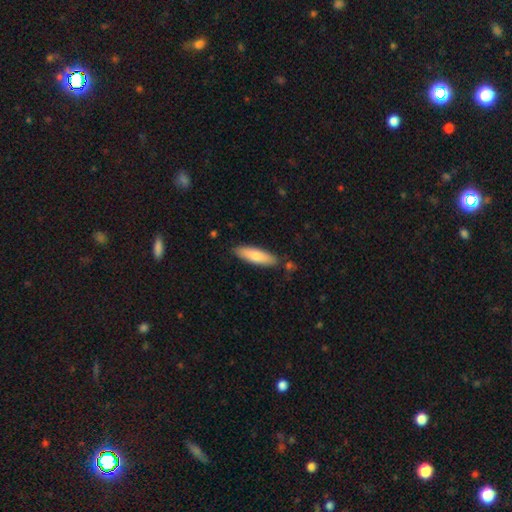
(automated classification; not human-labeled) Overall: smooth (80%). How rounded: cigar-shaped (60%; in between 38%). Merging: none (84%).